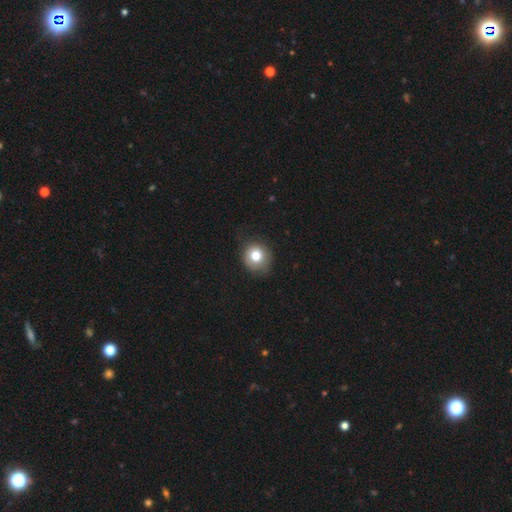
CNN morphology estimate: smooth-or-featured: smooth: 78% | featured or disk: 12% | star or artifact: 10%
  how-rounded: round: 83% | in between: 16% | cigar-shaped: 1%
  merging: none: 77% | minor disturbance: 17% | major disturbance: 5% | merger: 1%